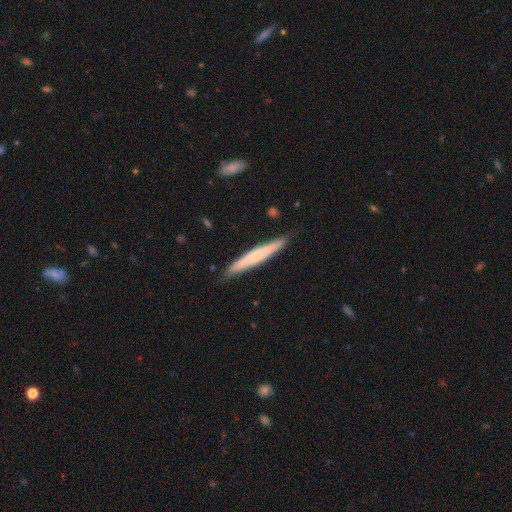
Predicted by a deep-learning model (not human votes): A smooth galaxy with no disk features (52%) that is cigar-shaped (95%). Merging: none (85%).